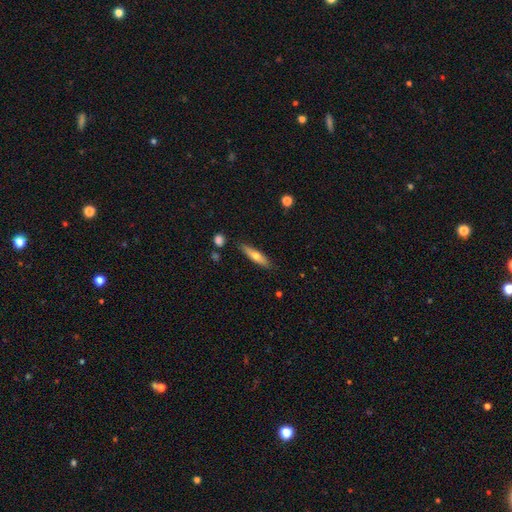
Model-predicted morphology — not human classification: Smooth or featured?
  - smooth: 59% *
  - featured or disk: 34%
  - star or artifact: 6%
How rounded?
  - cigar-shaped: 72% *
  - in between: 26%
  - round: 2%
Merging?
  - none: 85% *
  - minor disturbance: 10%
  - merger: 2%
  - major disturbance: 2%